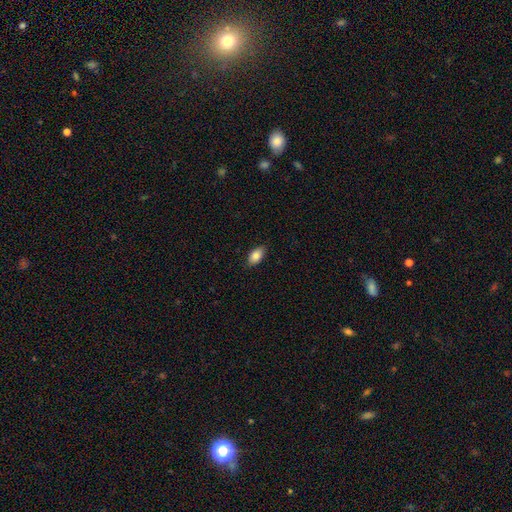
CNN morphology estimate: The model was most divided on "merging": none: 86%, minor disturbance: 11%, major disturbance: 2%, merger: 1%. More confident: how rounded — in between (92%); smooth or featured — smooth (85%).